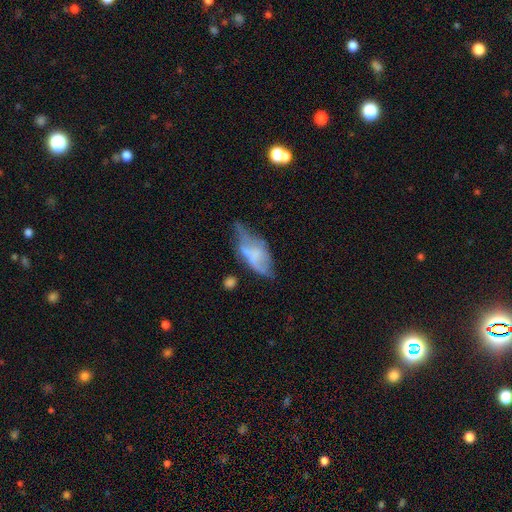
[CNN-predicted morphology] Smooth or featured? Predicted: featured or disk (p=0.49). Merging? Predicted: major disturbance (p=0.31).